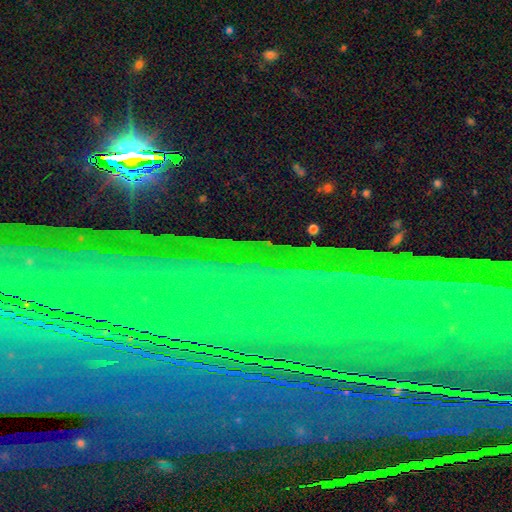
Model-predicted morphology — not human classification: This appears to be a star or artifact, not a galaxy (84%).